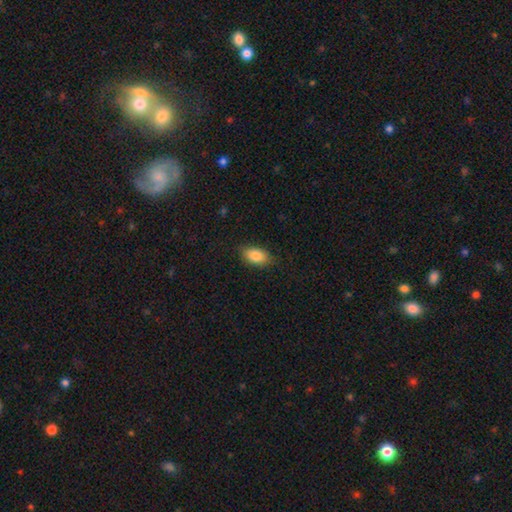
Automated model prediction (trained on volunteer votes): This appears to be a smooth galaxy with no disk features (85%) that is in between round and cigar-shaped (91%). Merging: none (84%).